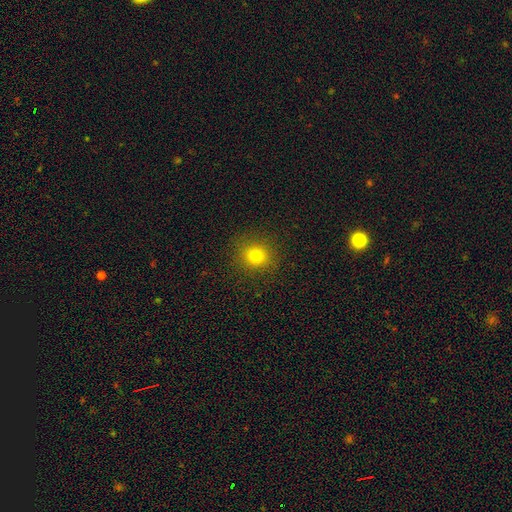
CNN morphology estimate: The model was most divided on "smooth or featured": smooth: 78%, star or artifact: 15%, featured or disk: 7%. More confident: merging — none (90%); how rounded — round (87%).